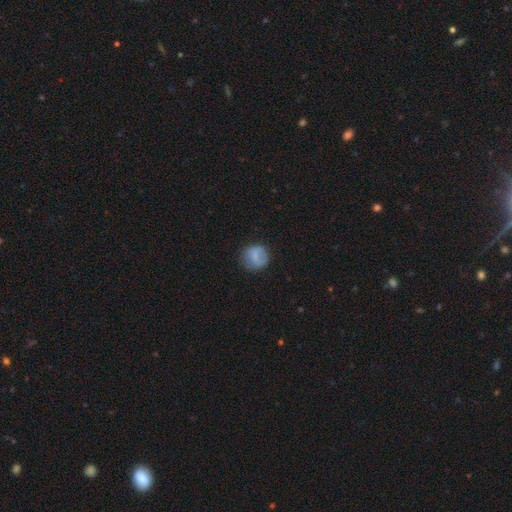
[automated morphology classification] smooth-or-featured: smooth: 74% | featured or disk: 18% | star or artifact: 9%
  how-rounded: round: 87% | in between: 12% | cigar-shaped: 1%
  merging: none: 76% | minor disturbance: 16% | major disturbance: 6% | merger: 1%